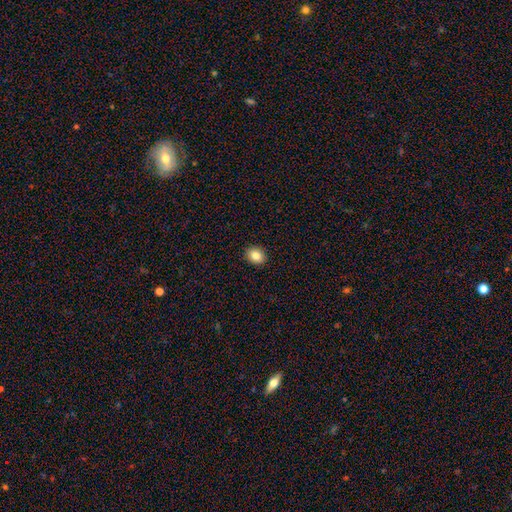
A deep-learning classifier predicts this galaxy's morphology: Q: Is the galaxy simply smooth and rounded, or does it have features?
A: smooth — 84%.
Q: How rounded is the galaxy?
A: round — 53%.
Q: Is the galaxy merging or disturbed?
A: none — 92%.